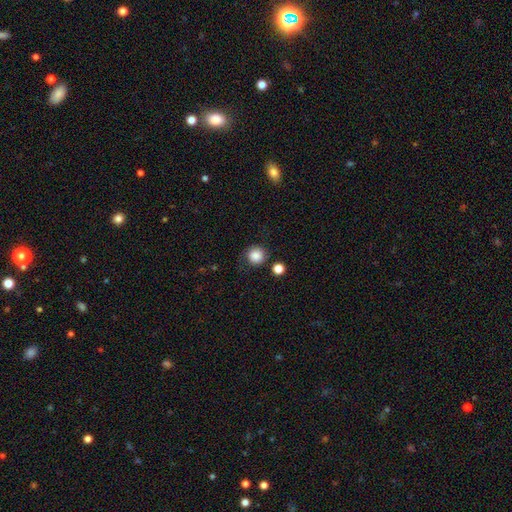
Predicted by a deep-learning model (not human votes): A smooth galaxy with no disk features (85%) that is round (93%).

Vote fractions:
- Smooth or featured? smooth: 85% / star or artifact: 10% / featured or disk: 5%
- How rounded? round: 93% / in between: 6% / cigar-shaped: 1%
- Merging? none: 77% / minor disturbance: 13% / major disturbance: 5% / merger: 5%